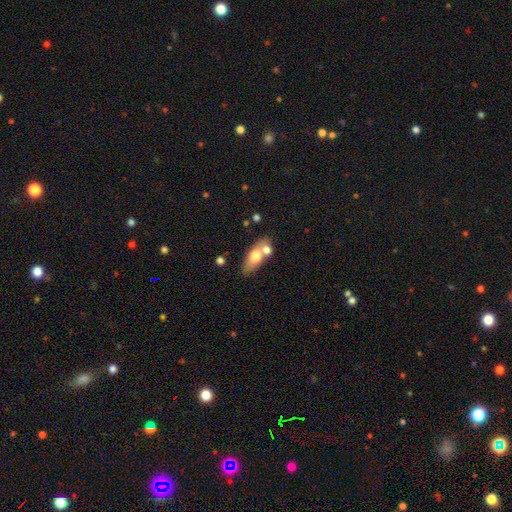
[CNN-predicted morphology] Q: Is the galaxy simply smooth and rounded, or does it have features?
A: smooth — 66%.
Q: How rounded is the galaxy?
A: in between — 74%.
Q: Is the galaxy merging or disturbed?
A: none — 49%.